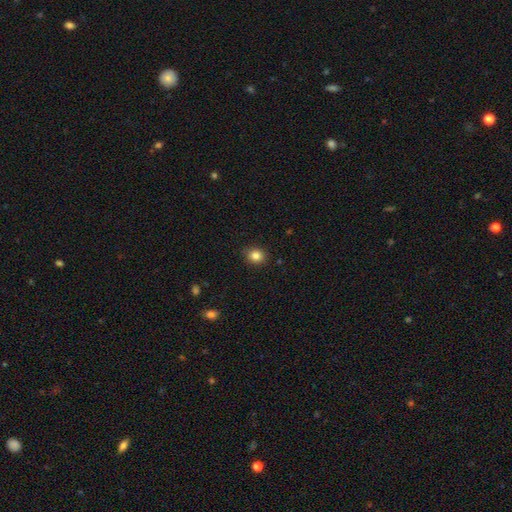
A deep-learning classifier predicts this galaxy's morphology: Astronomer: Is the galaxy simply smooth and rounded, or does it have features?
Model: smooth — 84%.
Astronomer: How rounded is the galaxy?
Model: round — 68%.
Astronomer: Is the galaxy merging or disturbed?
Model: none — 88%.